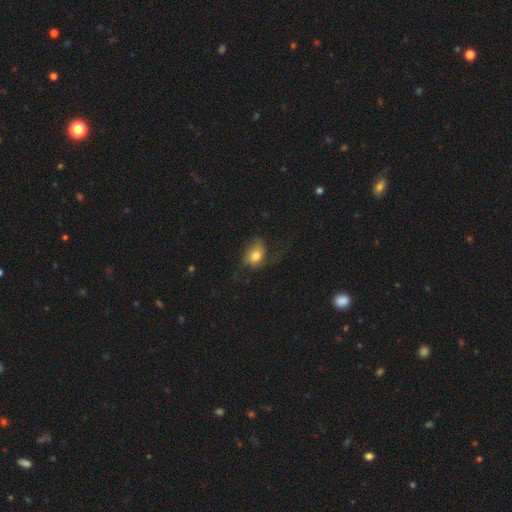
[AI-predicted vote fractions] Smooth or featured? Predicted: smooth (p=0.64). How rounded? Predicted: in between (p=0.77). Merging? Predicted: none (p=0.43).